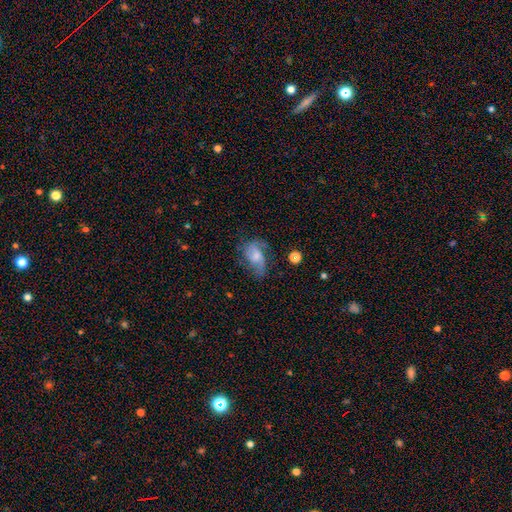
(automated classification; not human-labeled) Q: Smooth or featured?
A: featured or disk (55%); runner-up: smooth (36%)
Q: Edge-on disk?
A: no (96%); runner-up: yes (4%)
Q: Bar?
A: no (59%); runner-up: weak (34%)
Q: Spiral arms?
A: yes (81%); runner-up: no (19%)
Q: Bulge size?
A: moderate (36%); tied with: small (36%)
Q: Merging?
A: none (44%); runner-up: minor disturbance (27%)